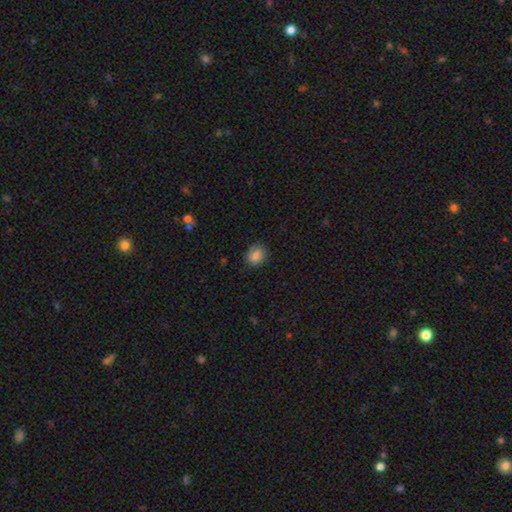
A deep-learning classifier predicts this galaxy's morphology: smooth-or-featured: smooth: 82% | star or artifact: 9% | featured or disk: 8%
  how-rounded: round: 55% | in between: 44% | cigar-shaped: 1%
  merging: none: 81% | minor disturbance: 15% | major disturbance: 3% | merger: 1%